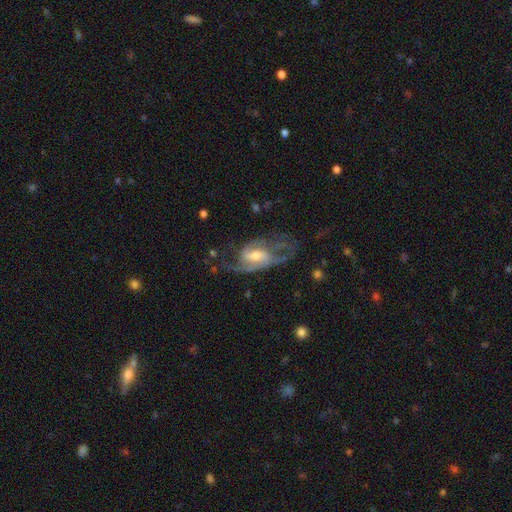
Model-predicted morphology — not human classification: A featured or disk galaxy (83%) with a weak bar (48%), 2 (62%) medium (47%) spiral arms (92%) and a moderate central bulge (56%).

Vote fractions:
- Smooth or featured? featured or disk: 83% / smooth: 11% / star or artifact: 6%
- Edge-on disk? no: 96% / yes: 4%
- Bar? weak: 48% / no: 36% / strong: 16%
- Spiral arms? yes: 92% / no: 8%
- Spiral winding? medium: 47% / loose: 33% / tight: 20%
- Spiral arm count? 2: 62% / can't tell: 14% / 3: 11% / 1: 7% / 4: 3% / more than 4: 2%
- Bulge size? moderate: 56% / small: 34% / large: 7% / none: 3% / dominant: 1%
- Merging? none: 47% / major disturbance: 30% / minor disturbance: 20% / merger: 3%